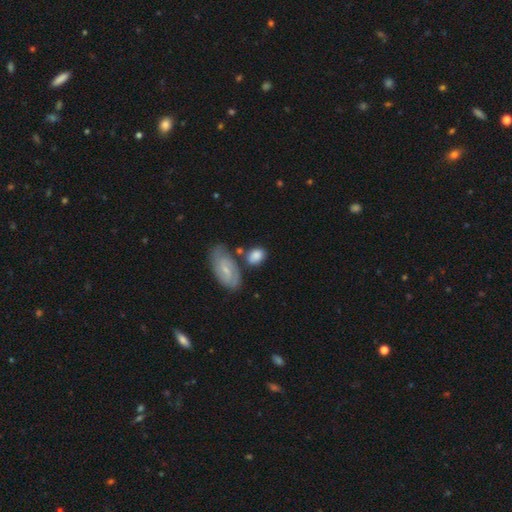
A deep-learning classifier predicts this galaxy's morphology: Overall: smooth (70%). How rounded: in between (70%). Merging: none (58%; minor disturbance 18%).